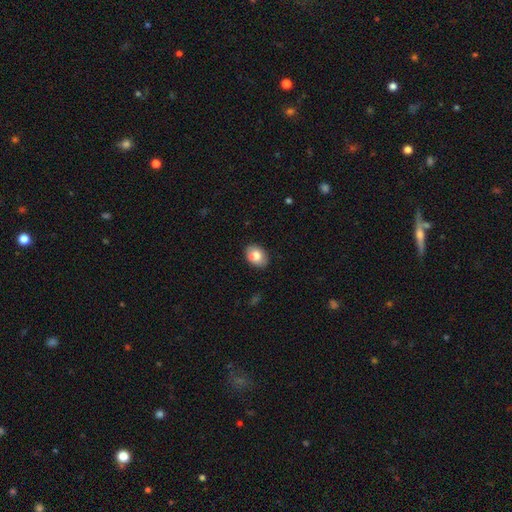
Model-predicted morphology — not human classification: Smooth or featured?
  - smooth: 82% *
  - featured or disk: 11%
  - star or artifact: 7%
How rounded?
  - in between: 78% *
  - round: 21%
  - cigar-shaped: 1%
Merging?
  - none: 86% *
  - minor disturbance: 11%
  - major disturbance: 2%
  - merger: 1%